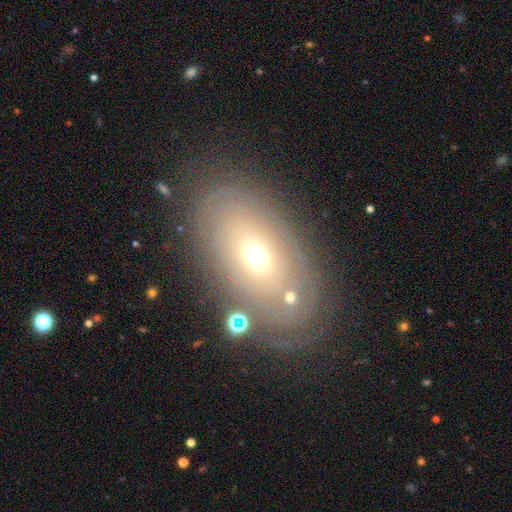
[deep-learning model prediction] smooth-or-featured: featured or disk: 56% | smooth: 33% | star or artifact: 11%
  disk-edge-on: no: 91% | yes: 9%
    bar: no: 85% | weak: 11% | strong: 3%
    has-spiral-arms: no: 54% | yes: 46%
    bulge-size: moderate: 67% | small: 16% | large: 14% | dominant: 2% | none: 1%
  merging: none: 71% | minor disturbance: 16% | major disturbance: 9% | merger: 5%